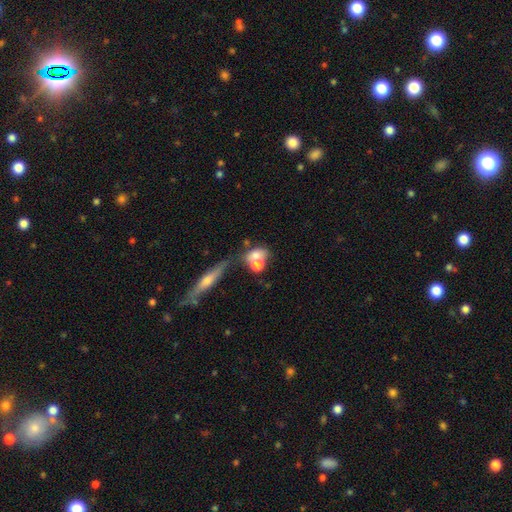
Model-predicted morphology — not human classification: Overall: smooth (64%; featured or disk 26%). How rounded: in between (53%; round 40%). Merging: merger (50%; none 31%).